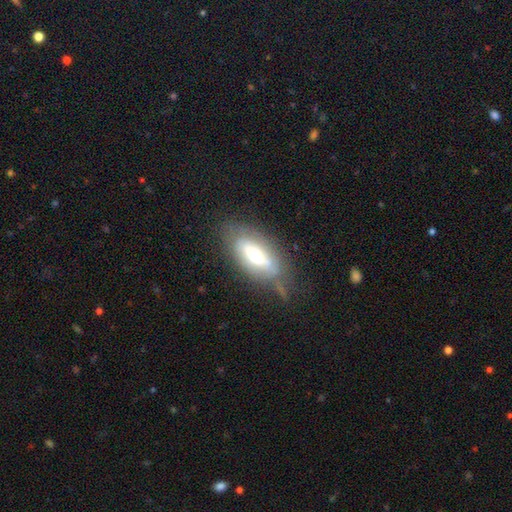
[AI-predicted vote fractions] The model was most divided on "smooth or featured": featured or disk: 50%, smooth: 42%, star or artifact: 8%. More confident: edge-on disk — no (68%); merging — none (57%).